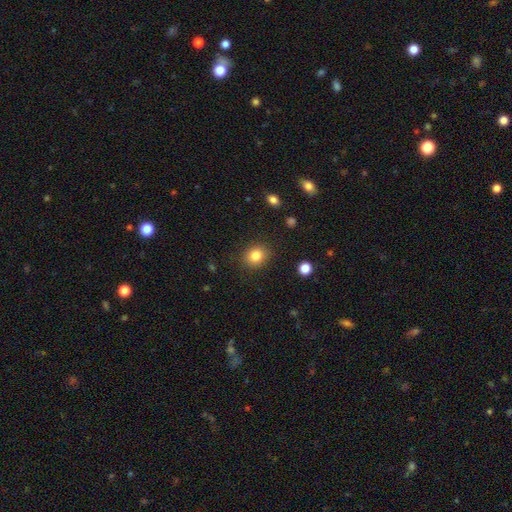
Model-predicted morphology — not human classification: Q: Smooth or featured?
A: smooth (83%); runner-up: star or artifact (11%)
Q: How rounded?
A: round (70%); runner-up: in between (30%)
Q: Merging?
A: none (88%); runner-up: minor disturbance (8%)